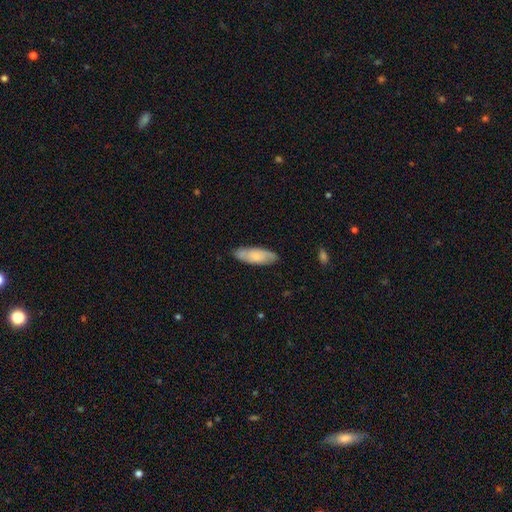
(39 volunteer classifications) Q: Smooth or featured?
A: smooth (79%); runner-up: featured or disk (15%)
Q: How rounded?
A: in between (77%); runner-up: cigar-shaped (23%)
Q: Merging?
A: none (86%); runner-up: minor disturbance (5%)